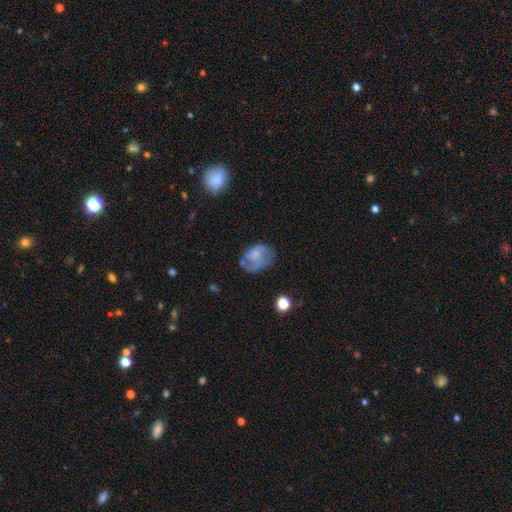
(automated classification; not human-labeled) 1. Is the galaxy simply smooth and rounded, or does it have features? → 53% featured or disk, 38% smooth, 9% star or artifact.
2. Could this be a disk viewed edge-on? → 98% no, 2% yes.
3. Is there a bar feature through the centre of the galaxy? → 78% no, 19% weak, 3% strong.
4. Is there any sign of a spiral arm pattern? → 62% yes, 38% no.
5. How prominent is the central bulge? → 48% none, 28% small, 18% moderate, 5% large, 2% dominant.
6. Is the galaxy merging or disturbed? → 45% none, 27% minor disturbance, 23% major disturbance, 5% merger.